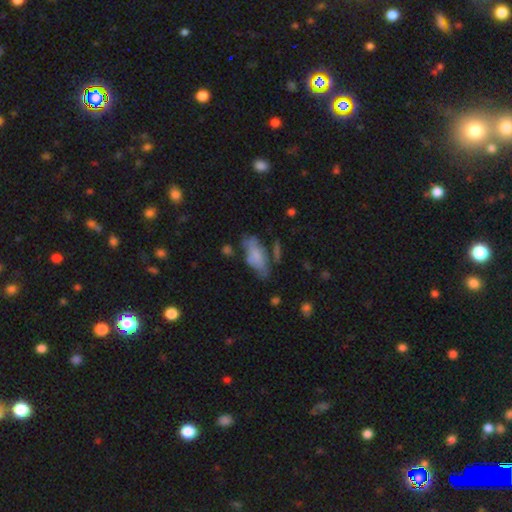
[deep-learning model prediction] Q: Smooth or featured?
A: smooth (64%); runner-up: featured or disk (27%)
Q: How rounded?
A: in between (84%); runner-up: cigar-shaped (13%)
Q: Merging?
A: none (45%); runner-up: minor disturbance (29%)